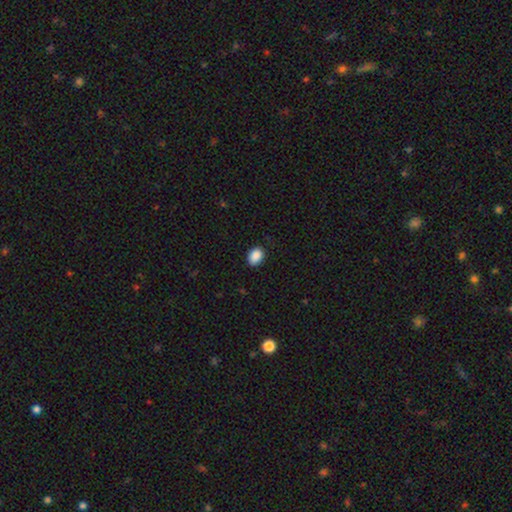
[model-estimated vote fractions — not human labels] smooth-or-featured: smooth: 89% | star or artifact: 8% | featured or disk: 3%
  how-rounded: in between: 72% | round: 27% | cigar-shaped: 1%
  merging: none: 84% | minor disturbance: 12% | major disturbance: 2% | merger: 1%